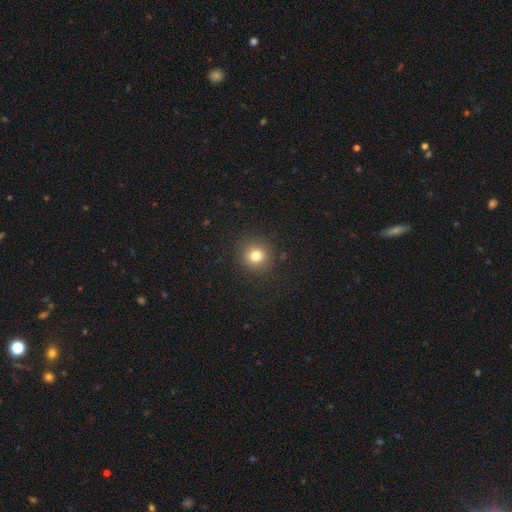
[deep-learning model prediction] Smooth or featured: smooth — 79% (star or artifact — 13%)
How rounded: round — 92% (in between — 7%)
Merging: none — 90% (minor disturbance — 6%)